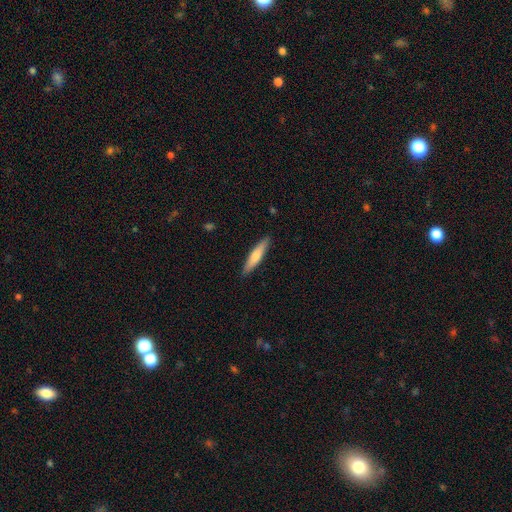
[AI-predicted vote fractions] Morphology: type=smooth (62%); roundness=cigar-shaped (85%); merging=none (90%).